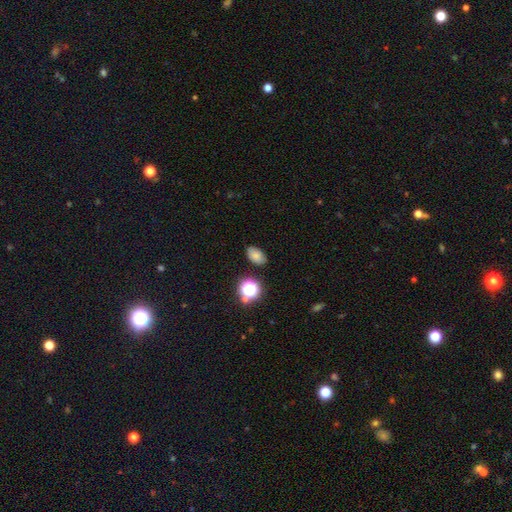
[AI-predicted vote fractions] This appears to be a smooth galaxy with no disk features (77%) that is in between round and cigar-shaped (85%). Merging: none (83%).